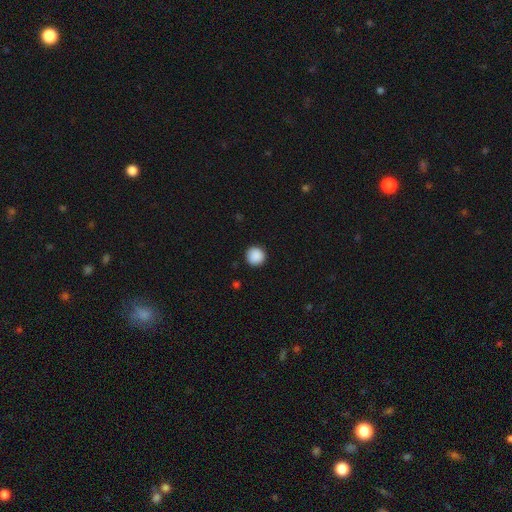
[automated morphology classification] Smooth or featured? Predicted: smooth (p=0.89). How rounded? Predicted: round (p=0.96). Merging? Predicted: none (p=0.92).